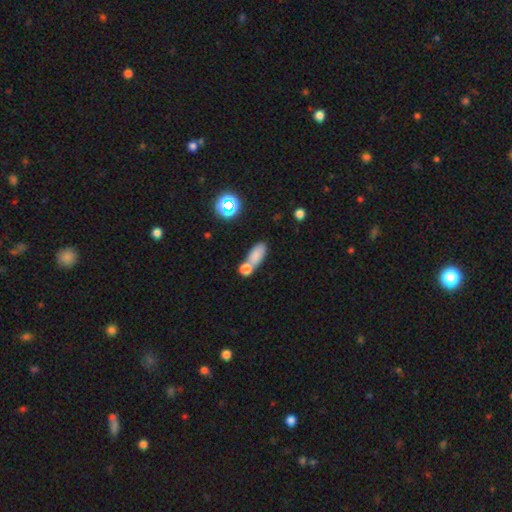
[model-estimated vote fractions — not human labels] Smooth or featured? smooth (78%)
How rounded? in between (76%)
Merging? merger (49%)